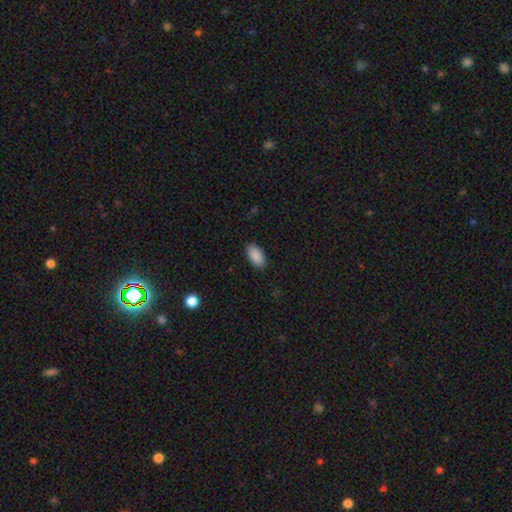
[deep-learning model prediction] The model was most divided on "merging": none: 87%, minor disturbance: 10%, major disturbance: 2%, merger: 1%. More confident: how rounded — in between (94%); smooth or featured — smooth (90%).